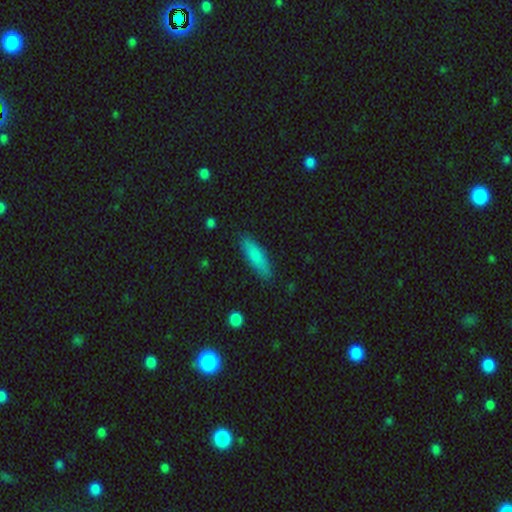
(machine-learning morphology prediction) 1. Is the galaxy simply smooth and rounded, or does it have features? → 81% smooth, 13% featured or disk, 7% star or artifact.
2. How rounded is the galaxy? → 62% cigar-shaped, 36% in between, 2% round.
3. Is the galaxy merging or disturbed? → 85% none, 11% minor disturbance, 2% major disturbance, 1% merger.